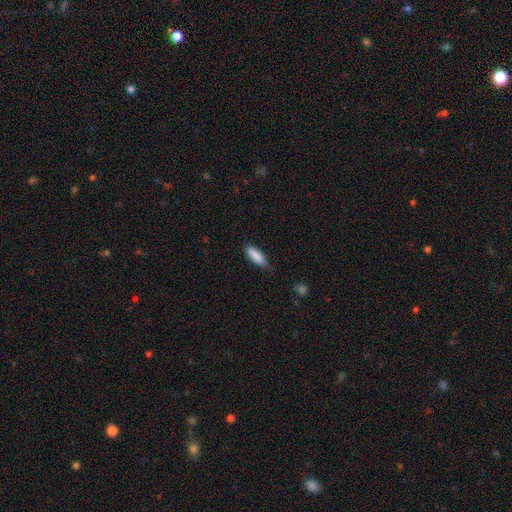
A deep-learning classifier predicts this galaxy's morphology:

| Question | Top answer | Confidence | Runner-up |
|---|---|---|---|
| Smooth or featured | smooth | 88% | star or artifact (6%) |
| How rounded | cigar-shaped | 50% | in between (48%) |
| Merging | none | 72% | minor disturbance (23%) |